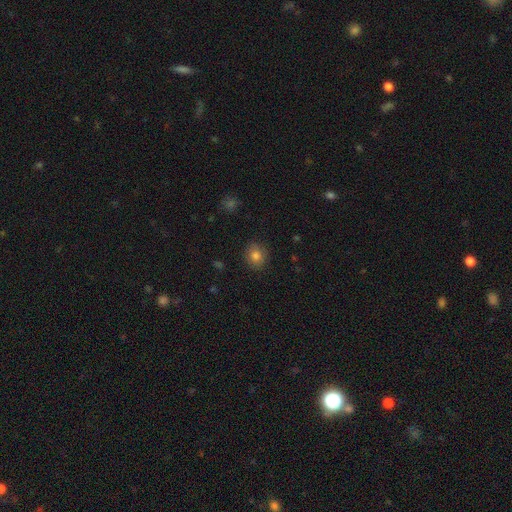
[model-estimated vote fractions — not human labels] This appears to be a smooth galaxy with no disk features (82%) that is round (71%). Merging: none (87%).